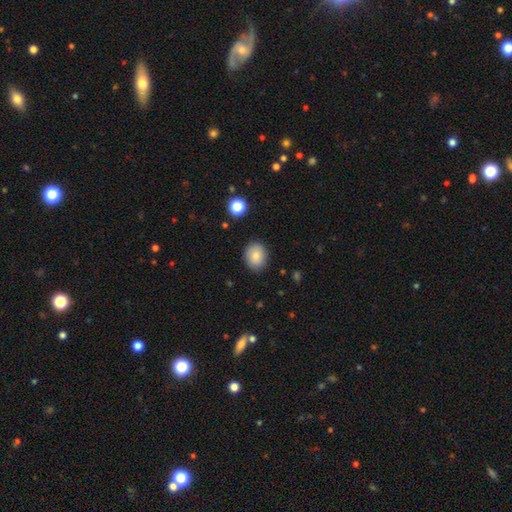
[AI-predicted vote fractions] Q: Smooth or featured?
A: smooth (83%); runner-up: star or artifact (9%)
Q: How rounded?
A: round (59%); runner-up: in between (40%)
Q: Merging?
A: none (87%); runner-up: minor disturbance (10%)